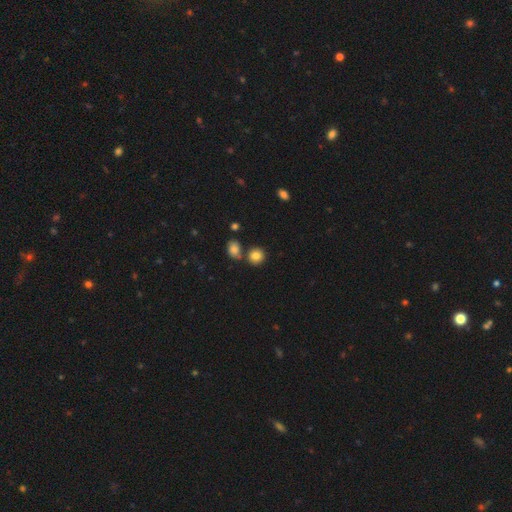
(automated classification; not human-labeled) Overall: smooth (84%). How rounded: round (81%). Merging: none (70%).